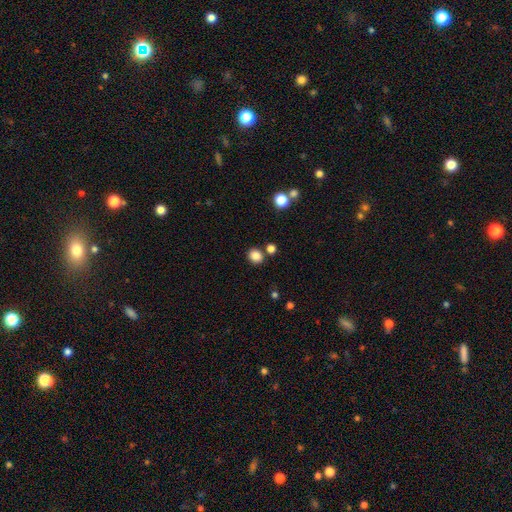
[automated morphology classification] This is clearly a smooth galaxy (84%). How rounded: likely round (74%). Merging: likely none (80%).